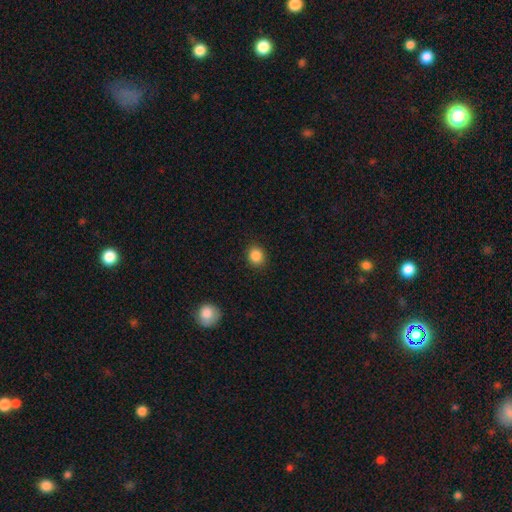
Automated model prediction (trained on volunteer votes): Smooth or featured?
  - smooth: 87% *
  - star or artifact: 10%
  - featured or disk: 3%
How rounded?
  - round: 80% *
  - in between: 19%
  - cigar-shaped: 1%
Merging?
  - none: 90% *
  - minor disturbance: 7%
  - major disturbance: 2%
  - merger: 1%